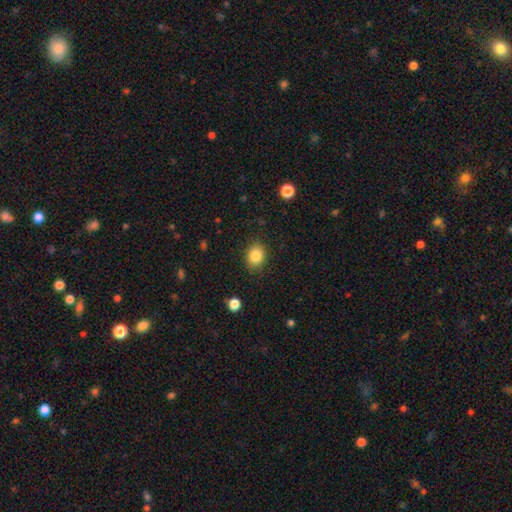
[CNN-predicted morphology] Q: Smooth or featured?
A: smooth (84%); runner-up: star or artifact (9%)
Q: How rounded?
A: in between (54%); runner-up: round (45%)
Q: Merging?
A: none (85%); runner-up: minor disturbance (11%)